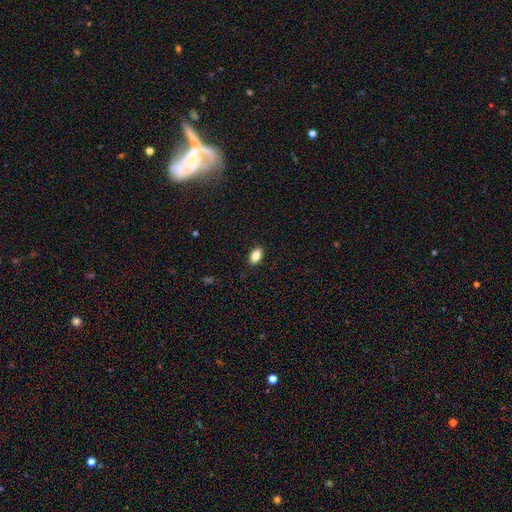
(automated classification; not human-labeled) This is clearly a smooth galaxy (85%). How rounded: clearly in between (90%). Merging: clearly none (89%).